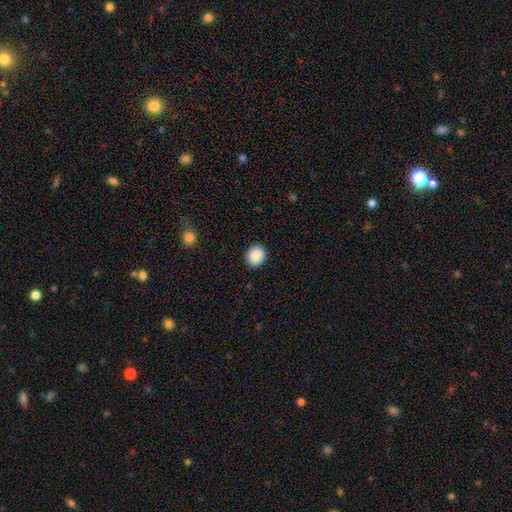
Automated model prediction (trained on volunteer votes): Smooth or featured: smooth — 89% (star or artifact — 8%)
How rounded: round — 77% (in between — 22%)
Merging: none — 91% (minor disturbance — 6%)